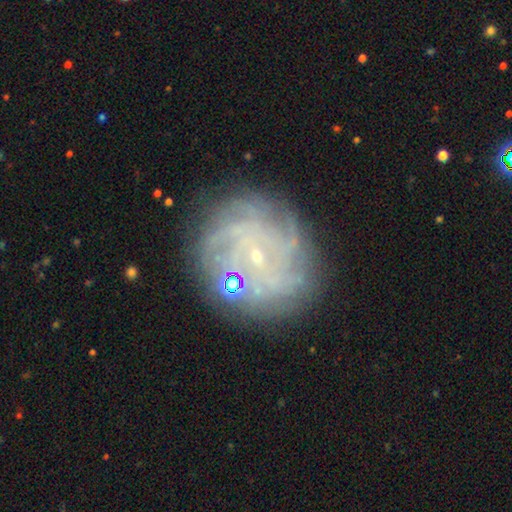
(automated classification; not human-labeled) Smooth or featured?
  - featured or disk: 77% *
  - smooth: 12%
  - star or artifact: 11%
Edge-on disk?
  - no: 97% *
  - yes: 3%
Bar?
  - no: 72% *
  - weak: 22%
  - strong: 6%
Spiral arms?
  - yes: 92% *
  - no: 8%
Spiral winding?
  - tight: 71% *
  - medium: 22%
  - loose: 8%
Spiral arm count?
  - can't tell: 31% *
  - more than 4: 25%
  - 4: 18%
  - 3: 9%
  - 2: 8%
  - 1: 7%
Bulge size?
  - small: 88% *
  - moderate: 7%
  - none: 3%
  - large: 1%
  - dominant: 1%
Merging?
  - none: 79% *
  - minor disturbance: 13%
  - major disturbance: 6%
  - merger: 3%